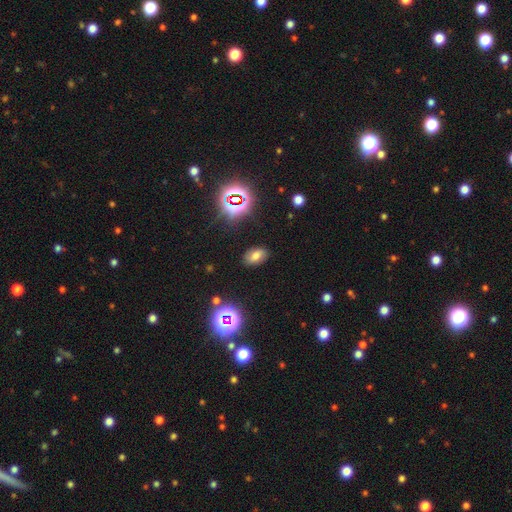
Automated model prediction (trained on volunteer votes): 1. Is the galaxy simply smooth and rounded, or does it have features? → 62% smooth, 24% star or artifact, 14% featured or disk.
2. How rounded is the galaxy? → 88% in between, 10% round, 2% cigar-shaped.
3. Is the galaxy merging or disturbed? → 85% none, 11% minor disturbance, 3% major disturbance, 2% merger.